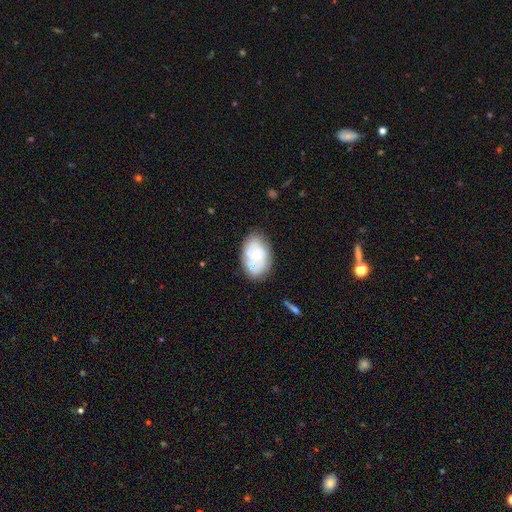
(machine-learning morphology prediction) Smooth or featured: featured or disk — 52% (smooth — 42%)
Edge-on disk: no — 95% (yes — 5%)
Merging: none — 68% (minor disturbance — 21%)